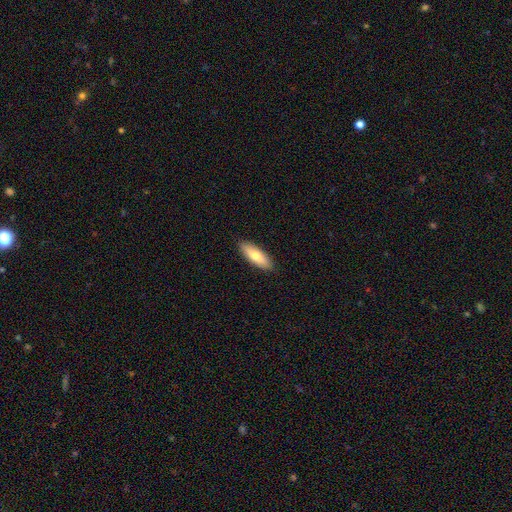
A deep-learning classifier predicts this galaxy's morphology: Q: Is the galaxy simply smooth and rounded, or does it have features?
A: smooth — 74%.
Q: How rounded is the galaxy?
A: in between — 59%.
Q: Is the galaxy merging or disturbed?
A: none — 90%.